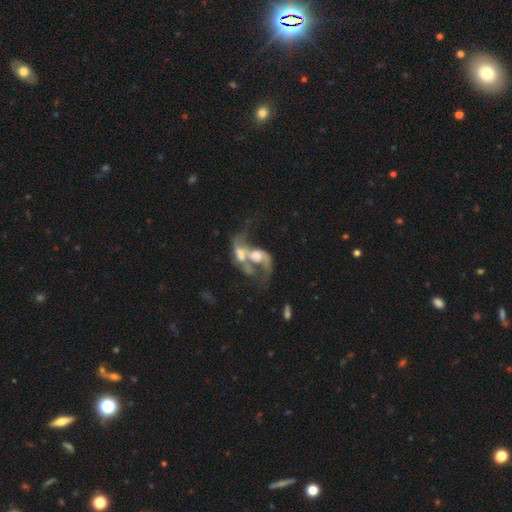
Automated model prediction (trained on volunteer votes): Smooth or featured? Predicted: featured or disk (p=0.71). Edge-on disk? Predicted: no (p=0.96). Bar? Predicted: no (p=0.65). Spiral arms? Predicted: yes (p=0.72). Bulge size? Predicted: moderate (p=0.41). Merging? Predicted: merger (p=0.73).